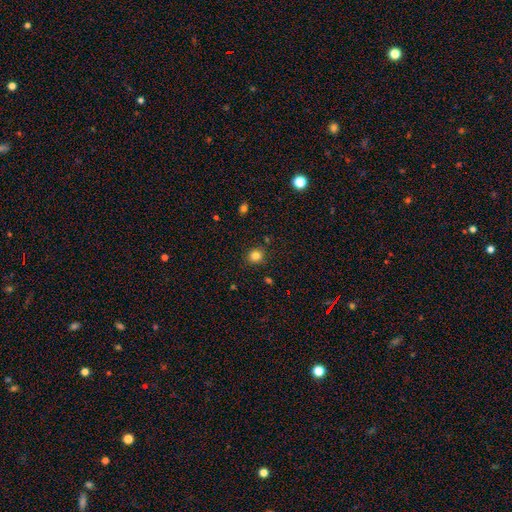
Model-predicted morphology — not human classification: type=smooth (82%); roundness=round (86%); merging=none (88%).